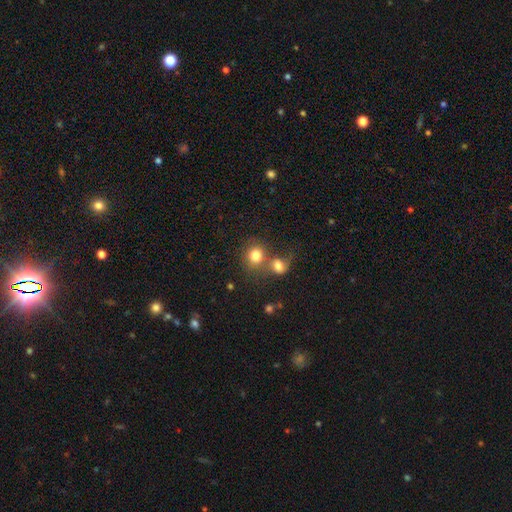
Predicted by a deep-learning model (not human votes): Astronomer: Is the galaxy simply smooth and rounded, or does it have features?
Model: smooth — 80%.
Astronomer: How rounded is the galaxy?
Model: round — 78%.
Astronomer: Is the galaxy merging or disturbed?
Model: none — 44% (runner-up: merger, 42%).